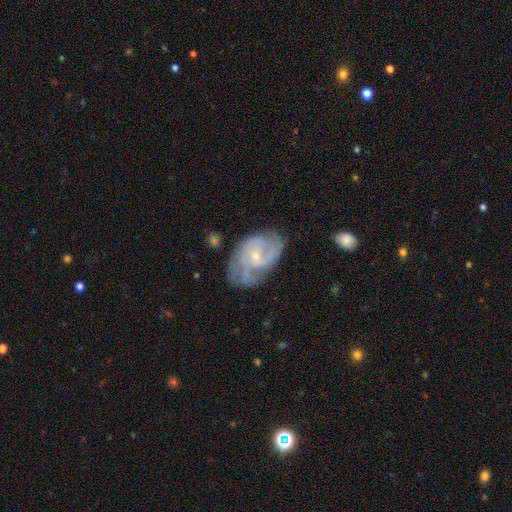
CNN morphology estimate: type=featured or disk (82%); edge-on=no (97%); bar=no (50%); spiral arms=yes (93%); winding=medium (44%); arm count=2 (41%); bulge=small (72%); merging=none (62%).